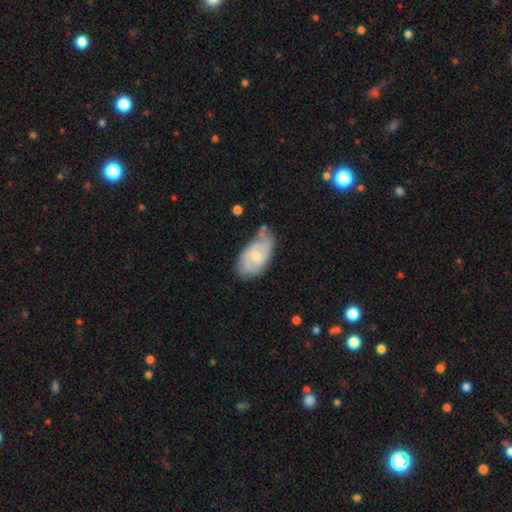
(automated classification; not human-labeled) Smooth or featured? Predicted: featured or disk (p=0.67). Edge-on disk? Predicted: no (p=0.95). Bar? Predicted: no (p=0.51). Spiral arms? Predicted: yes (p=0.89). Spiral winding? Predicted: medium (p=0.43). Spiral arm count? Predicted: 2 (p=0.47). Bulge size? Predicted: small (p=0.55). Merging? Predicted: none (p=0.57).